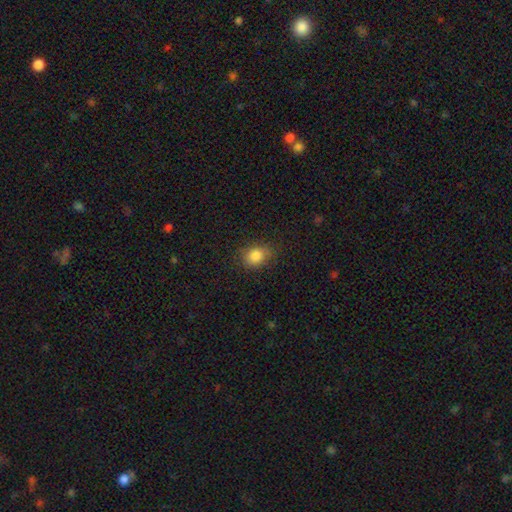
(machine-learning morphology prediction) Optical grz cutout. It shows a smooth galaxy with no disk features (84%) that is in between round and cigar-shaped (56%). Merging: none (75%).